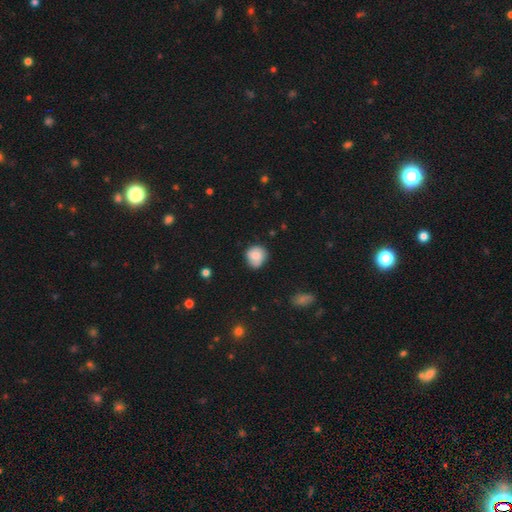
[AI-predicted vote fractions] The model was most divided on "merging": none: 64%, minor disturbance: 29%, major disturbance: 5%, merger: 2%. More confident: how rounded — round (79%); smooth or featured — smooth (76%).